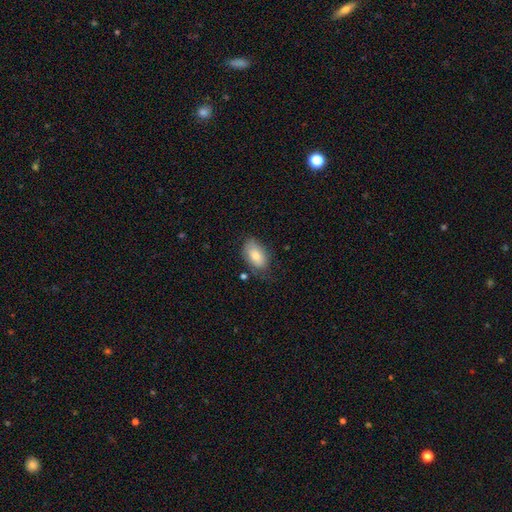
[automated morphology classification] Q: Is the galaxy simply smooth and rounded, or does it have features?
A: smooth — 80%.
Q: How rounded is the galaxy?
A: in between — 92%.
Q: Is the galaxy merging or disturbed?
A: none — 64%.